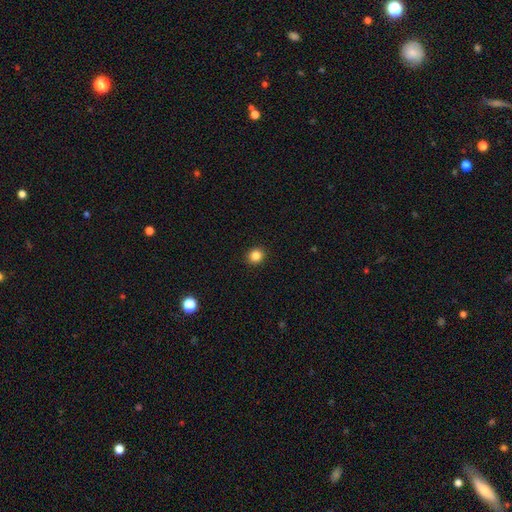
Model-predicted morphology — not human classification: smooth-or-featured: smooth: 85% | star or artifact: 11% | featured or disk: 4%
  how-rounded: round: 88% | in between: 11% | cigar-shaped: 1%
  merging: none: 93% | minor disturbance: 5% | major disturbance: 2% | merger: 1%